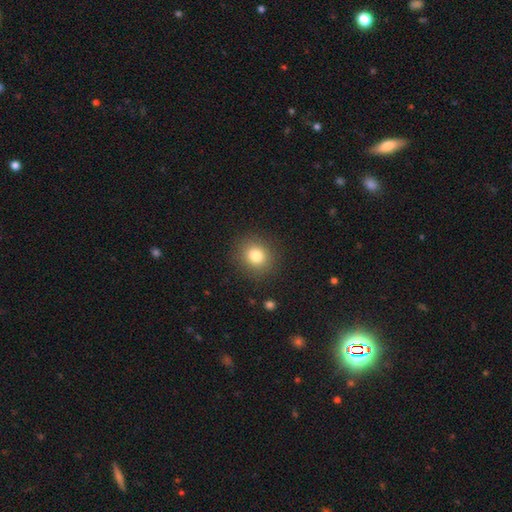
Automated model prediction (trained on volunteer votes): The model was most divided on "how rounded": round: 81%, in between: 18%, cigar-shaped: 1%. More confident: merging — none (89%); smooth or featured — smooth (81%).